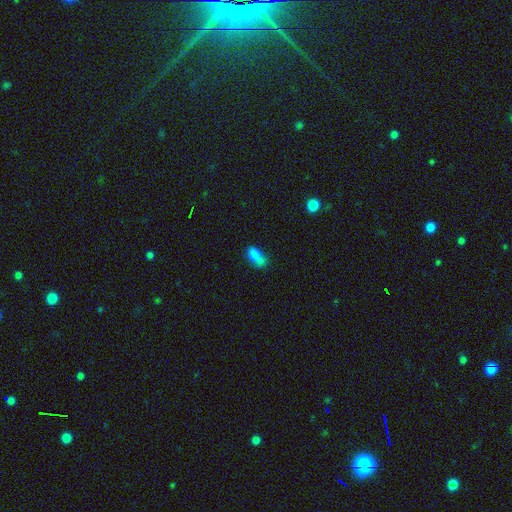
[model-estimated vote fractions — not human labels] A smooth galaxy with no disk features (76%) that is in between round and cigar-shaped (83%). Merging: none (39%).